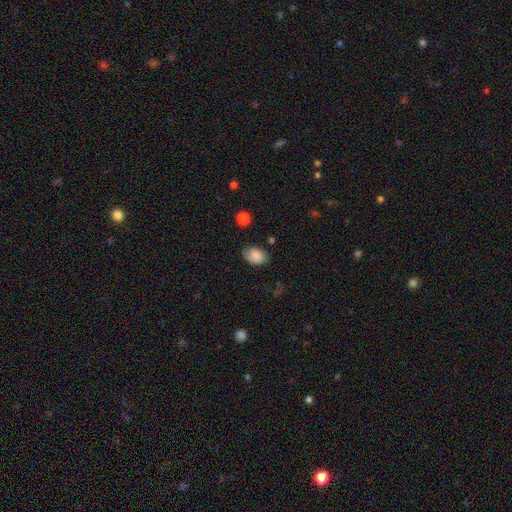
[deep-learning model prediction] The model was most divided on "merging": none: 72%, minor disturbance: 21%, major disturbance: 5%, merger: 2%. More confident: smooth or featured — smooth (82%); how rounded — in between (79%).